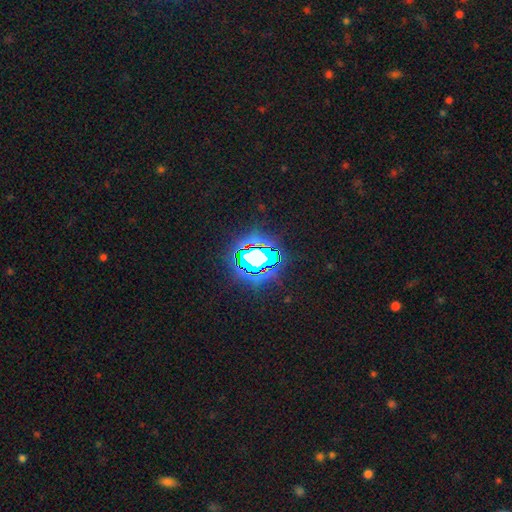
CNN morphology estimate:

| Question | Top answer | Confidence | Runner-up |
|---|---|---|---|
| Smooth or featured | star or artifact | 66% | smooth (19%) |